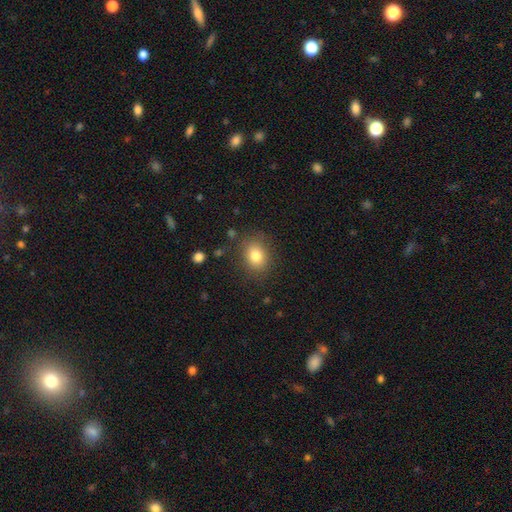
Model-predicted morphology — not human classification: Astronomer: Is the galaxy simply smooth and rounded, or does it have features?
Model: smooth — 81%.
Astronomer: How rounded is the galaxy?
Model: round — 55% (runner-up: in between, 45%).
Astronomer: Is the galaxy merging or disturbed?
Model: none — 82%.